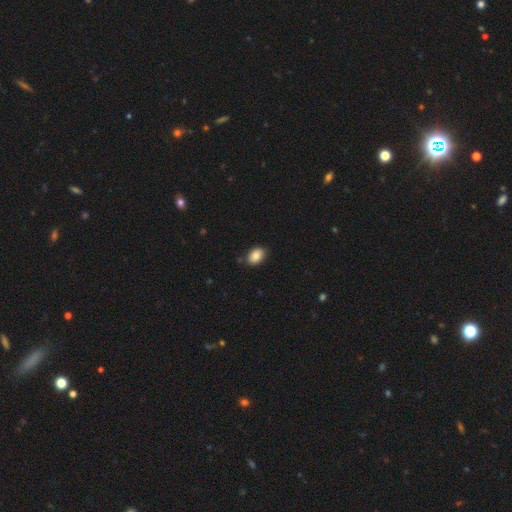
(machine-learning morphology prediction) This appears to be a smooth galaxy with no disk features (84%) that is in between round and cigar-shaped (81%). Merging: none (85%).